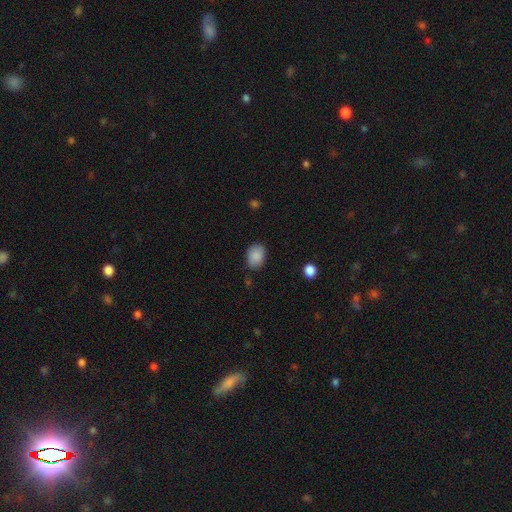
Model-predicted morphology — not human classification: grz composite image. It shows a smooth galaxy with no disk features (88%) that is in between round and cigar-shaped (70%). Merging: none (79%).